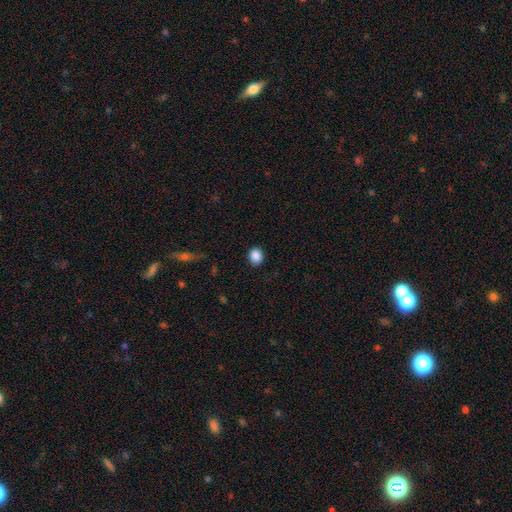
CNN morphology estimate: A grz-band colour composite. It shows a smooth galaxy with no disk features (88%) that is round (65%). Merging: none (89%).